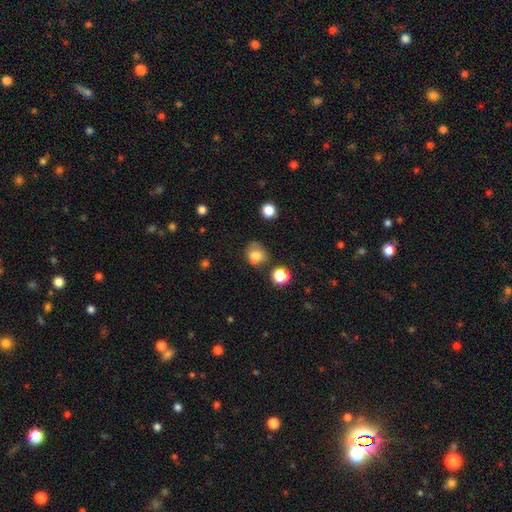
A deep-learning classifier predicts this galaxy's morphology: smooth_or_featured: smooth (p=0.74) [alt: star or artifact p=0.14]
how_rounded: round (p=0.69) [alt: in between p=0.30]
merging: none (p=0.54) [alt: minor disturbance p=0.24]